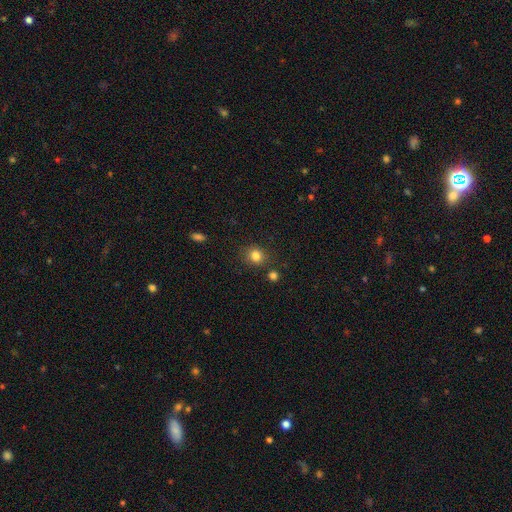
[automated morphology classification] Overall: smooth (82%). How rounded: round (79%). Merging: none (81%).